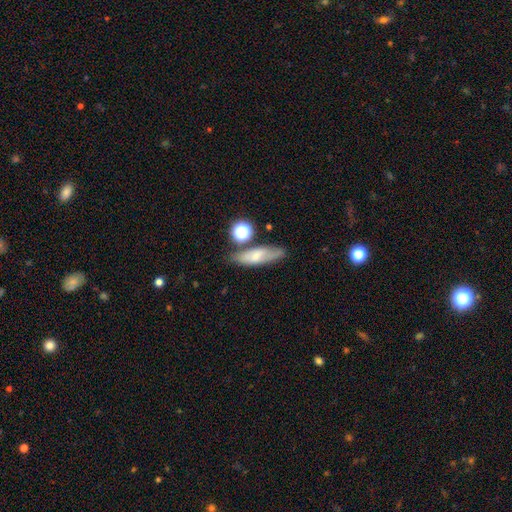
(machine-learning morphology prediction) smooth 59%, featured or disk 30%, star or artifact 10%. Down the decision tree: how rounded — cigar-shaped (46%, tied with in between); merging — none (68%).